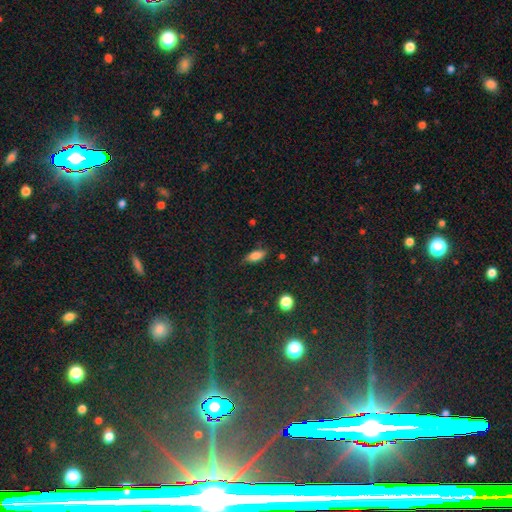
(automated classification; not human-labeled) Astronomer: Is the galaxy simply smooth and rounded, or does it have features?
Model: smooth — 78%.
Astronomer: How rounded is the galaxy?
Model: in between — 75%.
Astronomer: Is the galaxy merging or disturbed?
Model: none — 75%.